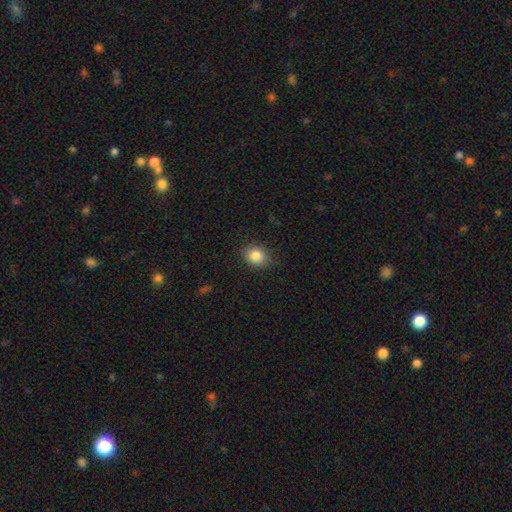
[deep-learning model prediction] A smooth galaxy with no disk features (85%) that is round (55%). Merging: none (85%).